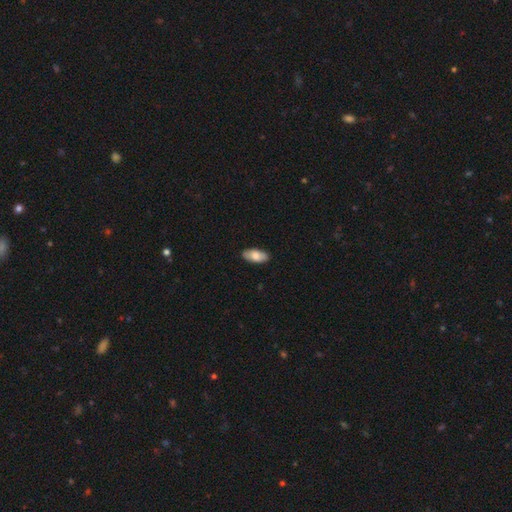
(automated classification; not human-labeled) A smooth galaxy with no disk features (78%) that is in between round and cigar-shaped (91%).

Vote fractions:
- Smooth or featured? smooth: 78% / featured or disk: 16% / star or artifact: 6%
- How rounded? in between: 91% / cigar-shaped: 7% / round: 2%
- Merging? none: 87% / minor disturbance: 10% / major disturbance: 2% / merger: 1%